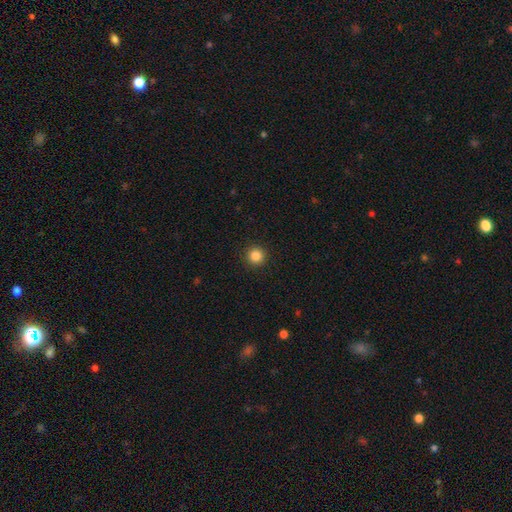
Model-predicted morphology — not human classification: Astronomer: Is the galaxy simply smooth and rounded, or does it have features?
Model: smooth — 85%.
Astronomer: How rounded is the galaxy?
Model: round — 96%.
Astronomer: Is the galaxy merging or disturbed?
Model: none — 93%.